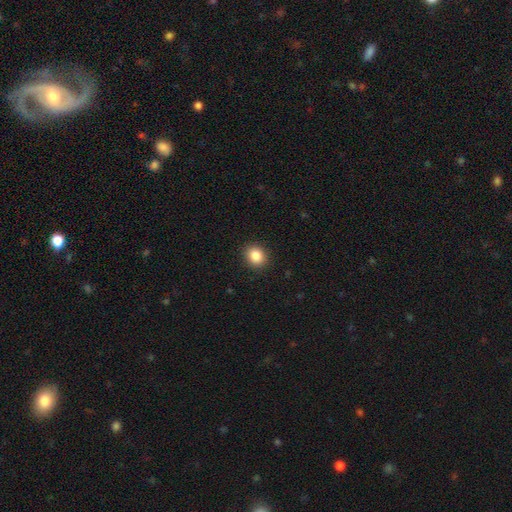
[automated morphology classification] Smooth or featured? Predicted: smooth (p=0.85). How rounded? Predicted: round (p=0.63). Merging? Predicted: none (p=0.91).